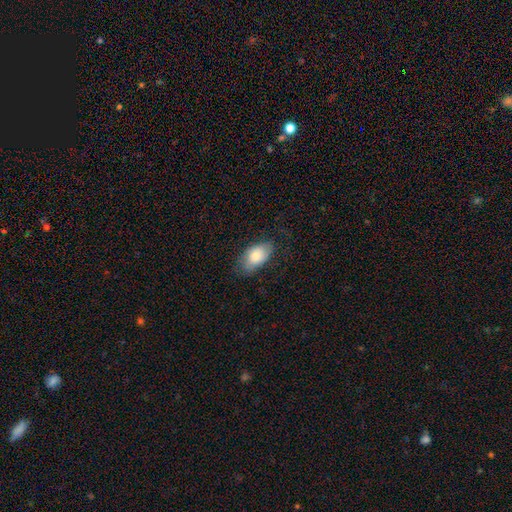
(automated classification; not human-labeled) Smooth or featured? Predicted: smooth (p=0.75). How rounded? Predicted: in between (p=0.92). Merging? Predicted: none (p=0.68).